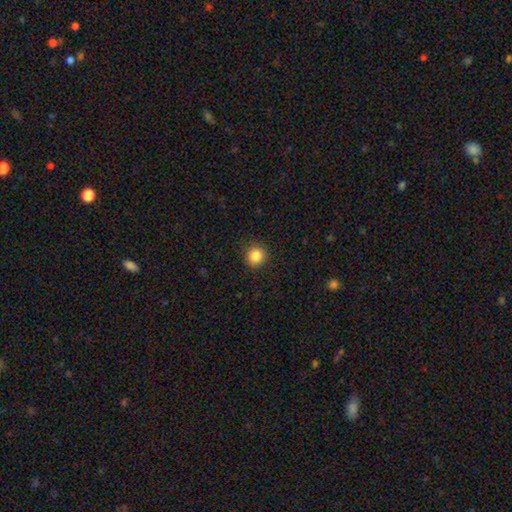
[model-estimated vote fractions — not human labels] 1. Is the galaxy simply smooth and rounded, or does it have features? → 85% smooth, 10% star or artifact, 5% featured or disk.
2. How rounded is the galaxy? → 91% round, 8% in between, 1% cigar-shaped.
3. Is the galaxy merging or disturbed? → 91% none, 6% minor disturbance, 2% major disturbance, 1% merger.